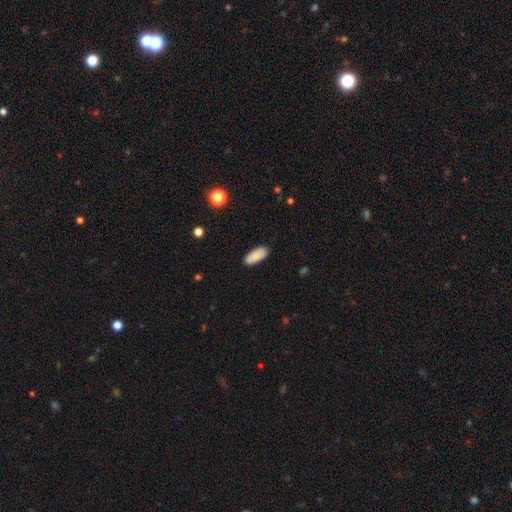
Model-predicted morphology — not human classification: The model was most divided on "how rounded": in between: 86%, cigar-shaped: 12%, round: 2%. More confident: merging — none (87%); smooth or featured — smooth (86%).